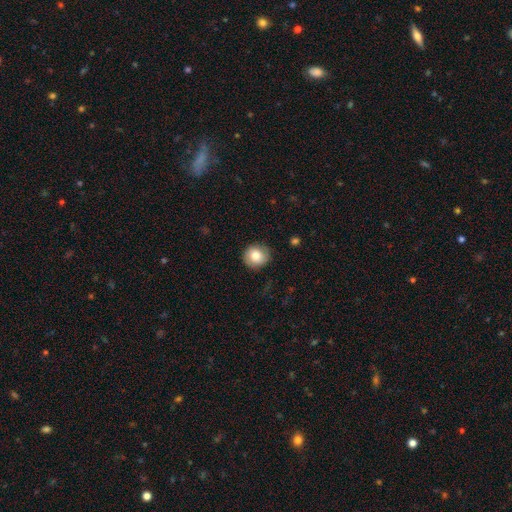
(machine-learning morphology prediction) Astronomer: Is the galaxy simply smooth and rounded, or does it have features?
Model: smooth — 79%.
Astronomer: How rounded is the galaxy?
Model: round — 88%.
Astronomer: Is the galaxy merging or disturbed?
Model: none — 84%.